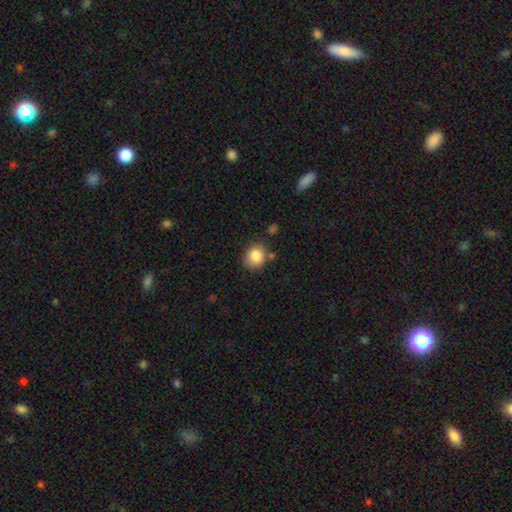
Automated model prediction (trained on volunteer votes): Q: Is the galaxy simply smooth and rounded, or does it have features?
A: smooth — 85%.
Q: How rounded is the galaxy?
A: round — 71%.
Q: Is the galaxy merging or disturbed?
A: none — 74%.